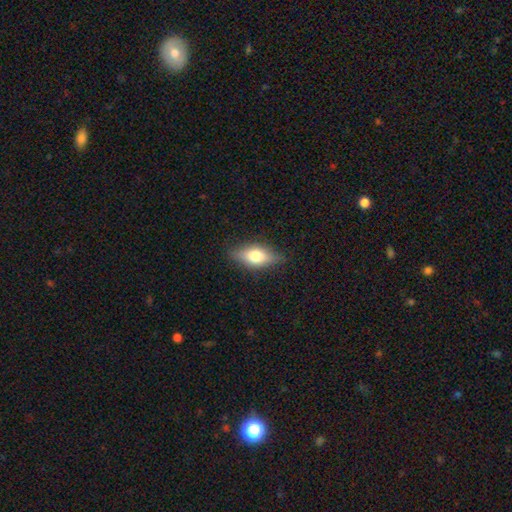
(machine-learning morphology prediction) This is likely a smooth galaxy (62%). How rounded: likely in between (79%). Merging: clearly none (81%).